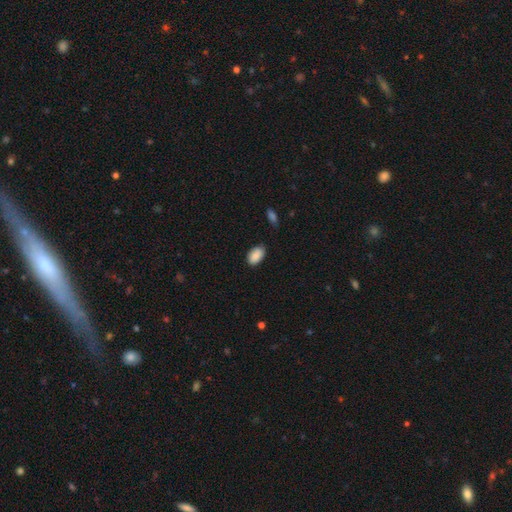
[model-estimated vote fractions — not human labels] smooth 88%, star or artifact 7%, featured or disk 5%. Down the decision tree: how rounded — in between (93%); merging — none (78%).